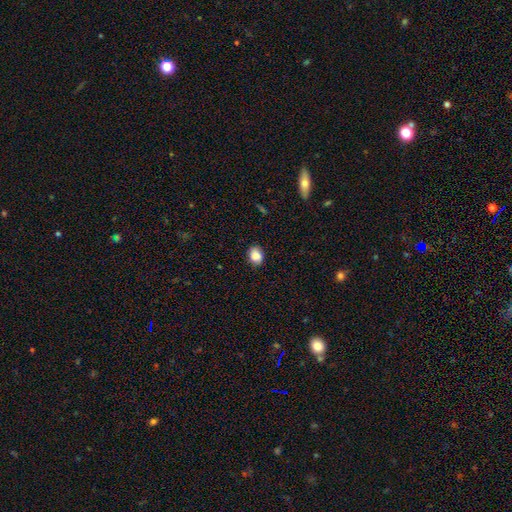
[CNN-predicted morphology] Smooth or featured? Predicted: smooth (p=0.87). How rounded? Predicted: in between (p=0.52). Merging? Predicted: none (p=0.84).